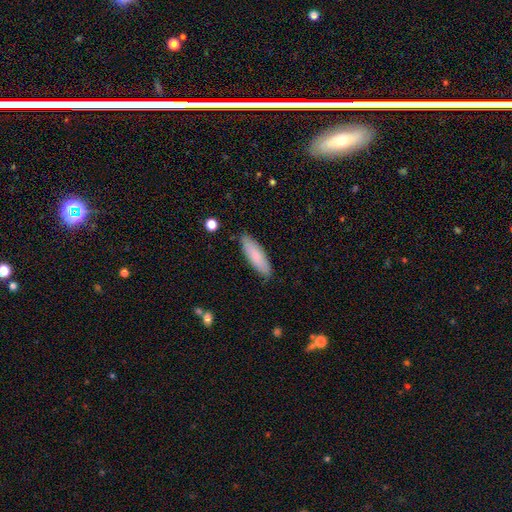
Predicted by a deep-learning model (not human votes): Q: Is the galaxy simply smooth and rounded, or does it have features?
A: smooth — 83%.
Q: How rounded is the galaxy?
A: cigar-shaped — 53%.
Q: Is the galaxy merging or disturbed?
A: none — 87%.